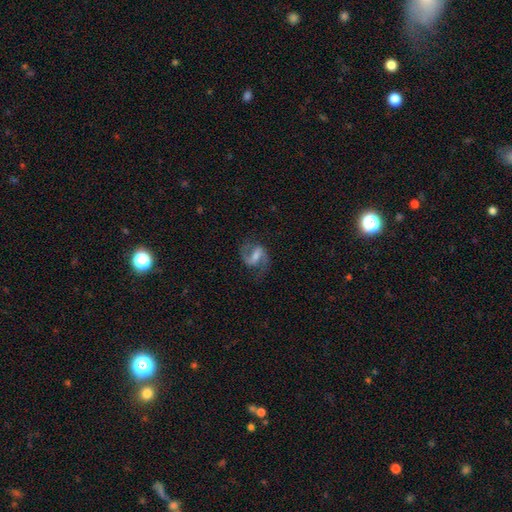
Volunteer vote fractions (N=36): Smooth or featured? 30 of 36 (83%) said featured or disk. Edge-on disk? 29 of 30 (97%) said no. Bar? 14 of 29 (48%) said weak. Spiral arms? 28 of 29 (97%) said yes. Spiral winding? 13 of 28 (46%) said medium. Spiral arm count? 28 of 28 (100%) said 2. Bulge size? 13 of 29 (45%) said small. Merging? 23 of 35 (66%) said none.